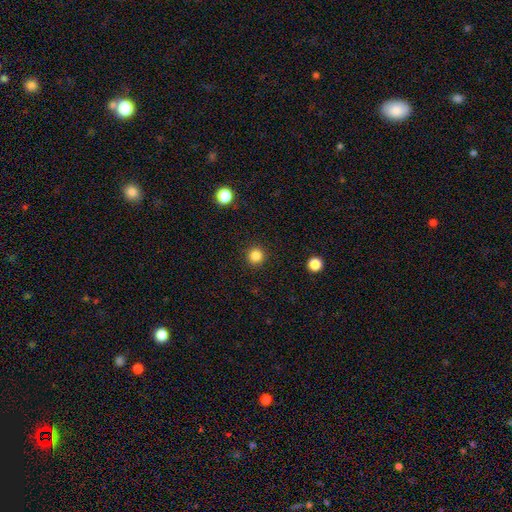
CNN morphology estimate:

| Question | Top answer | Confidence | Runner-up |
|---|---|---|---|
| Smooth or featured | smooth | 84% | star or artifact (12%) |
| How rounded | round | 95% | in between (4%) |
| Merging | none | 92% | minor disturbance (5%) |